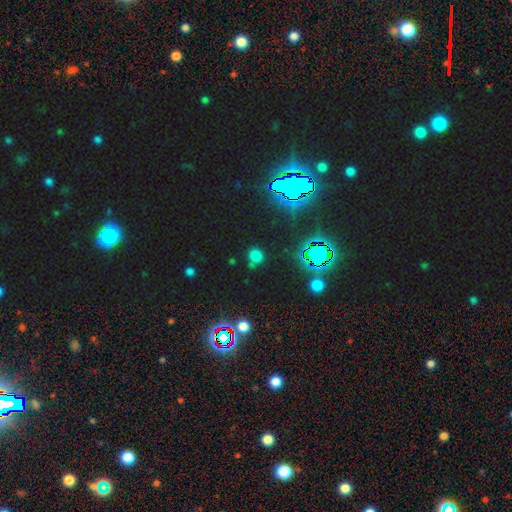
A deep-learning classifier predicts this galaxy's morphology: smooth-or-featured: smooth: 52% | star or artifact: 40% | featured or disk: 7%
  how-rounded: round: 86% | in between: 12% | cigar-shaped: 2%
  merging: none: 76% | minor disturbance: 13% | merger: 6% | major disturbance: 5%